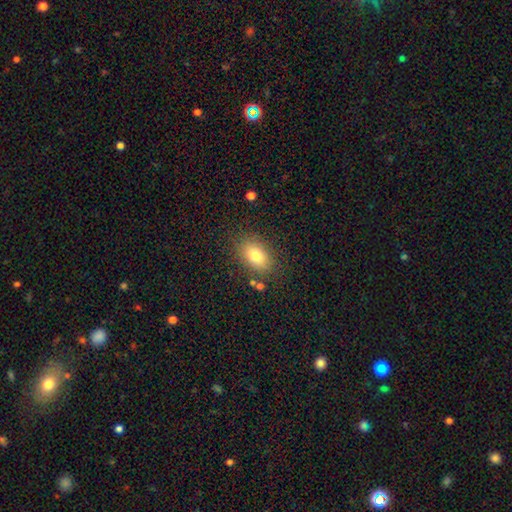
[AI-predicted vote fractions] Smooth or featured? Predicted: smooth (p=0.79). How rounded? Predicted: in between (p=0.85). Merging? Predicted: none (p=0.82).